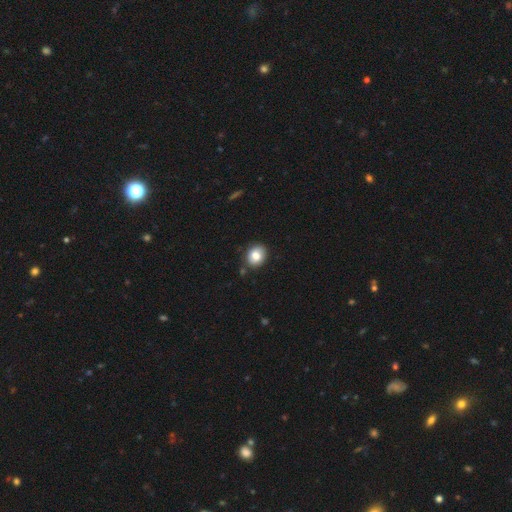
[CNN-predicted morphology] Smooth or featured?
  - smooth: 80% *
  - featured or disk: 11%
  - star or artifact: 9%
How rounded?
  - round: 57% *
  - in between: 42%
  - cigar-shaped: 1%
Merging?
  - none: 83% *
  - minor disturbance: 12%
  - merger: 3%
  - major disturbance: 2%